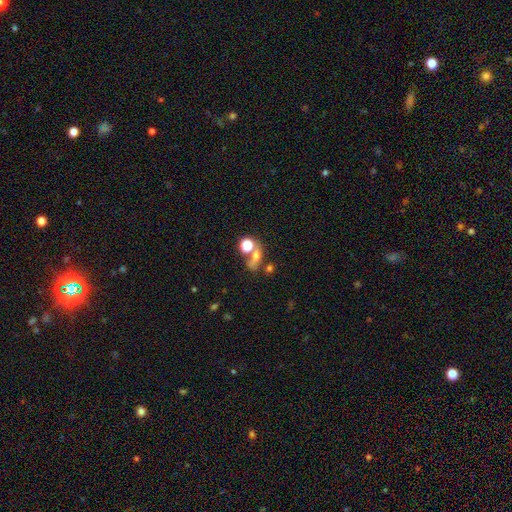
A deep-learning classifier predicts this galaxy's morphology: The model was most divided on "how rounded" (2-way tie): round: 45%, in between: 45%, cigar-shaped: 10%. Remaining: smooth or featured — smooth (58%); merging — none (42%).